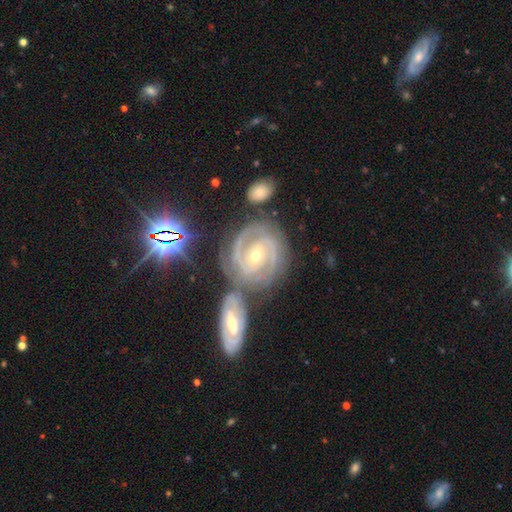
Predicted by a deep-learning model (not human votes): featured or disk 89%, star or artifact 6%, smooth 4%. Down the decision tree: edge-on disk — no (97%); bar — weak (38%); spiral arms — yes (98%); spiral arm count — 2 (50%); spiral winding — tight (72%); bulge size — small (59%); merging — none (57%).